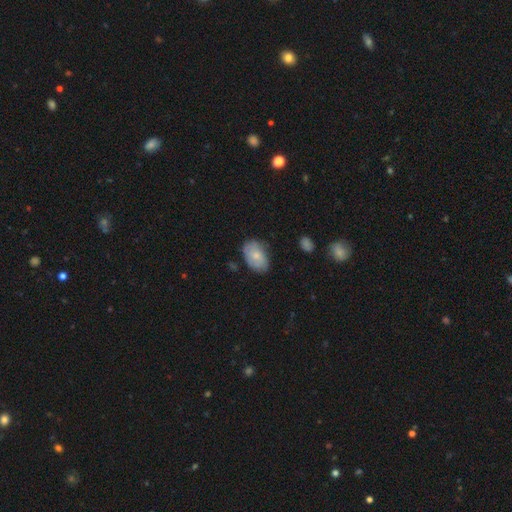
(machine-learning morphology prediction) This is likely a smooth galaxy (63%). How rounded: clearly in between (89%). Merging: likely none (73%).